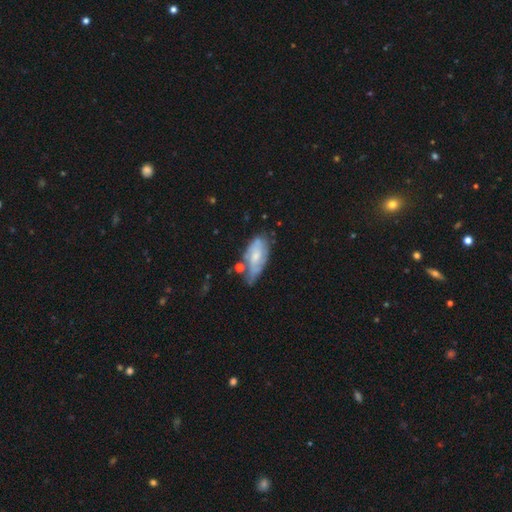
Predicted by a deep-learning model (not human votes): smooth-or-featured: featured or disk: 49% | smooth: 45% | star or artifact: 7%
  merging: none: 44% | minor disturbance: 34% | major disturbance: 13% | merger: 9%